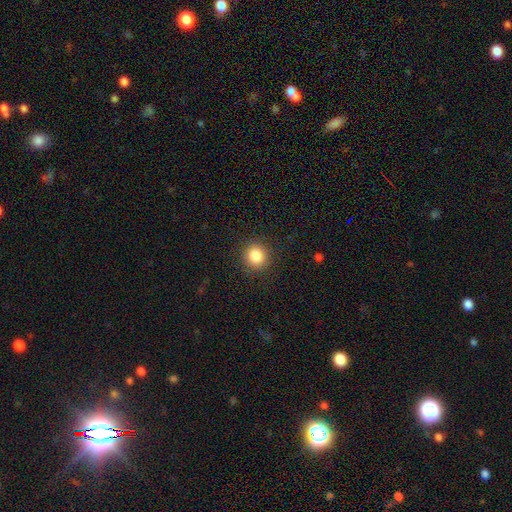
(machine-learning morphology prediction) Smooth or featured?
  - smooth: 85% *
  - star or artifact: 10%
  - featured or disk: 5%
How rounded?
  - round: 91% *
  - in between: 8%
  - cigar-shaped: 1%
Merging?
  - none: 90% *
  - minor disturbance: 6%
  - major disturbance: 2%
  - merger: 1%